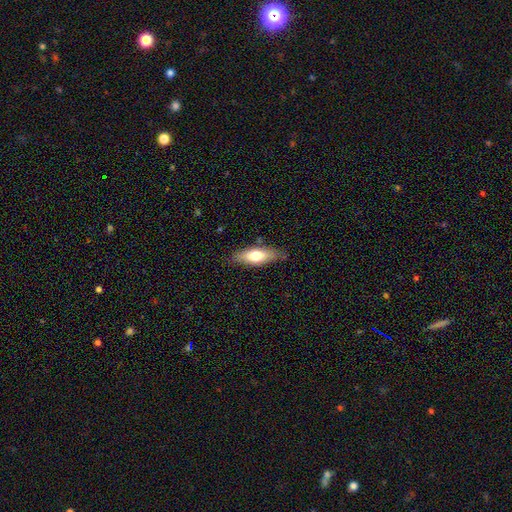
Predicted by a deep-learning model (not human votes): Smooth or featured: smooth — 66% (featured or disk — 28%)
How rounded: in between — 64% (cigar-shaped — 34%)
Merging: none — 82% (minor disturbance — 14%)